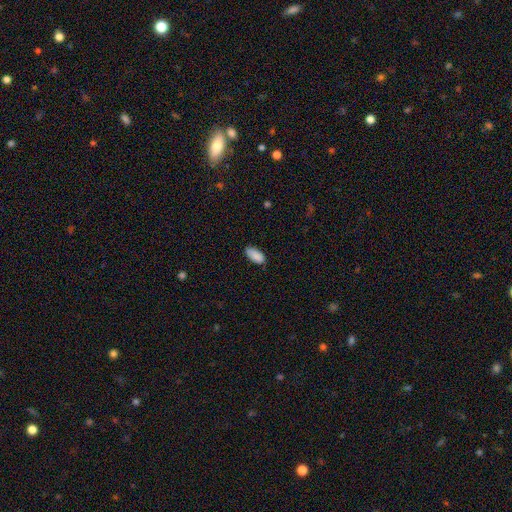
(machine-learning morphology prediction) Smooth or featured? smooth (89%)
How rounded? in between (92%)
Merging? none (80%)